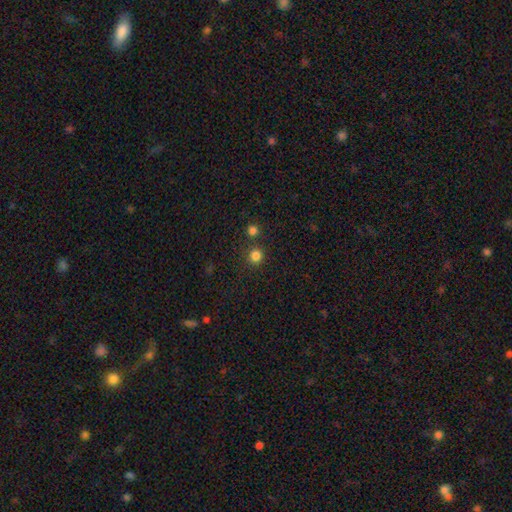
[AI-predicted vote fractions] smooth 81%, star or artifact 15%, featured or disk 4%. Down the decision tree: how rounded — round (93%); merging — none (82%).